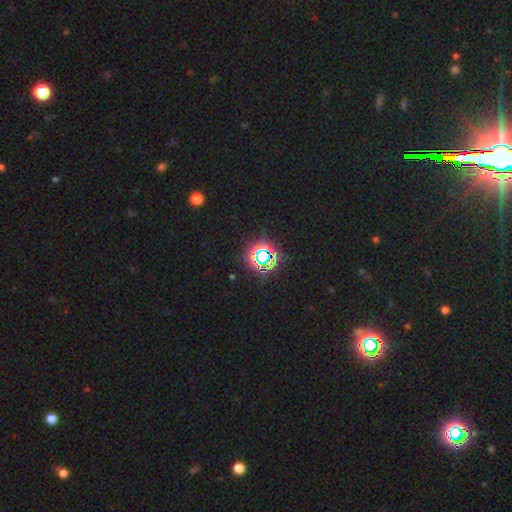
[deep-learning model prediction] Q: Smooth or featured?
A: star or artifact (77%); runner-up: smooth (14%)